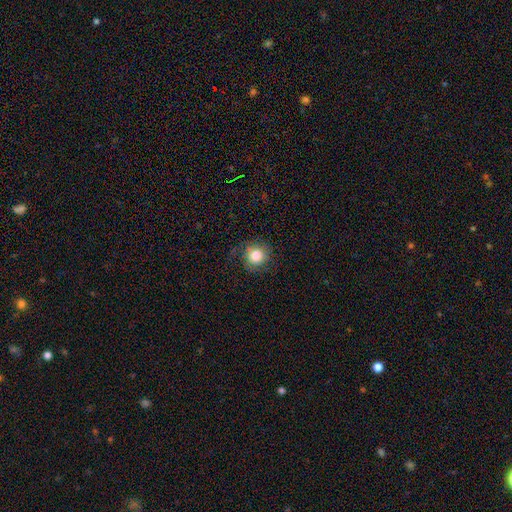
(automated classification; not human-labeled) Smooth or featured? Predicted: smooth (p=0.81). How rounded? Predicted: round (p=0.89). Merging? Predicted: none (p=0.80).